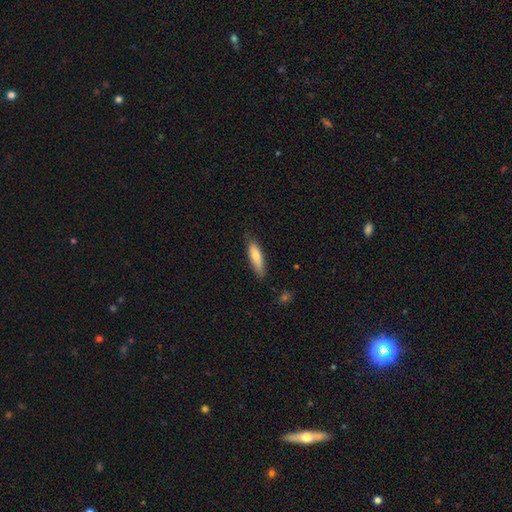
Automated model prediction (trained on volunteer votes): Smooth or featured? Predicted: smooth (p=0.76). How rounded? Predicted: cigar-shaped (p=0.64). Merging? Predicted: none (p=0.77).